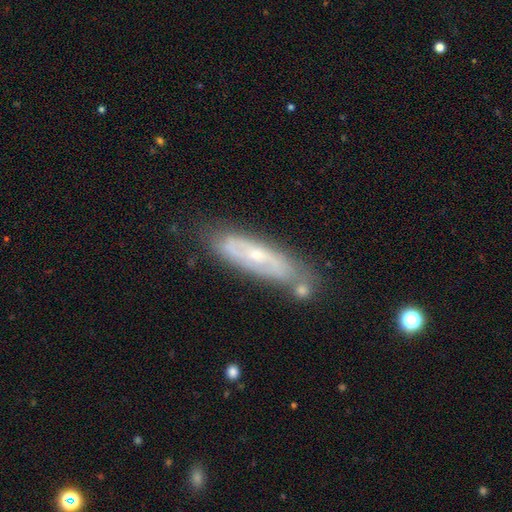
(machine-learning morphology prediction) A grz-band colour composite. It shows a featured or disk galaxy (67%). Merging: none (68%).